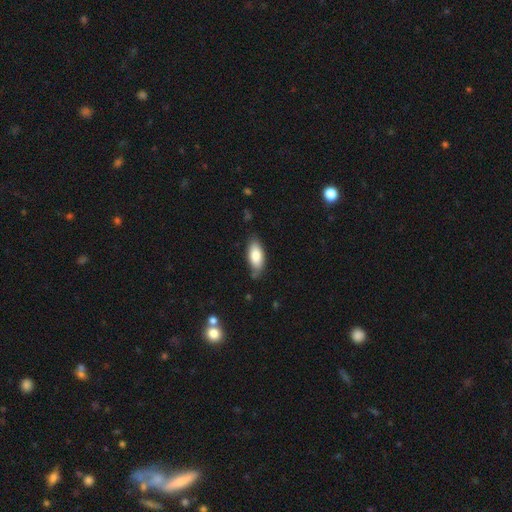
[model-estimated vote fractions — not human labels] Smooth or featured?
  - smooth: 80% *
  - featured or disk: 13%
  - star or artifact: 6%
How rounded?
  - in between: 88% *
  - cigar-shaped: 10%
  - round: 2%
Merging?
  - none: 73% *
  - minor disturbance: 21%
  - major disturbance: 4%
  - merger: 2%